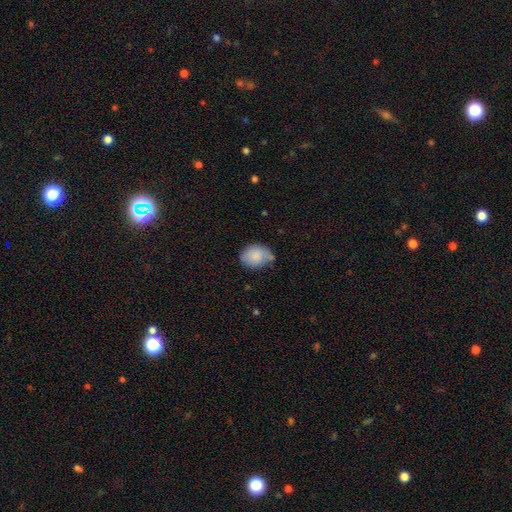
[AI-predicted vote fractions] Morphology: type=smooth (83%); roundness=in between (53%); merging=none (51%).